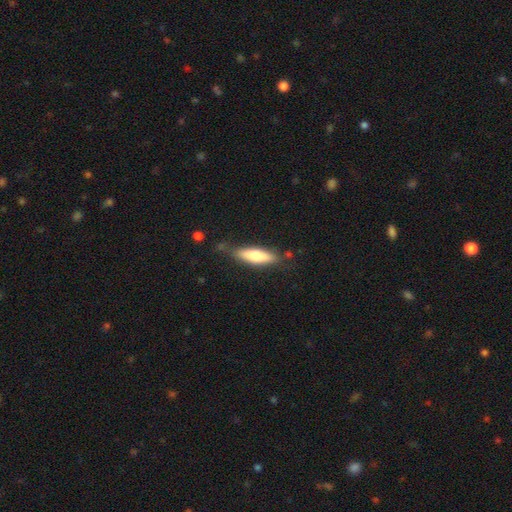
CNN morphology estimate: type=smooth (68%); roundness=cigar-shaped (61%); merging=none (75%).